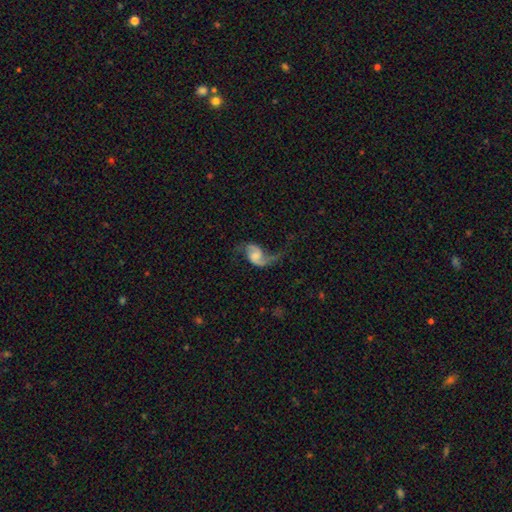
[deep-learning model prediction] Q: Smooth or featured?
A: featured or disk (84%); runner-up: smooth (10%)
Q: Edge-on disk?
A: no (98%); runner-up: yes (2%)
Q: Bar?
A: no (47%); runner-up: weak (41%)
Q: Spiral arms?
A: yes (96%); runner-up: no (4%)
Q: Spiral winding?
A: loose (73%); runner-up: medium (22%)
Q: Spiral arm count?
A: 2 (86%); runner-up: 1 (9%)
Q: Bulge size?
A: small (30%); runner-up: moderate (29%)
Q: Merging?
A: none (52%); runner-up: major disturbance (26%)